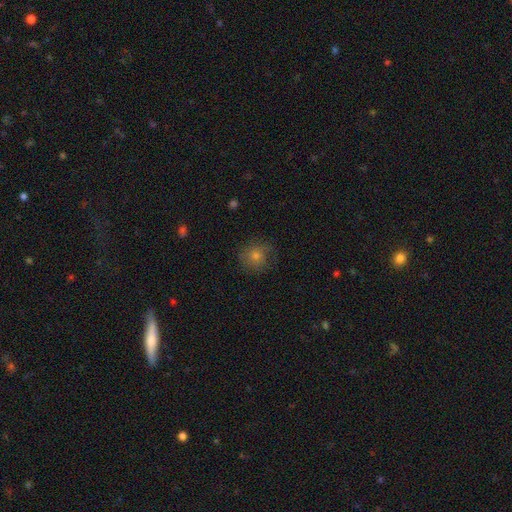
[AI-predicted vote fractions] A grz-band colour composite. It shows a smooth galaxy with no disk features (66%) that is round (88%). Merging: none (77%).